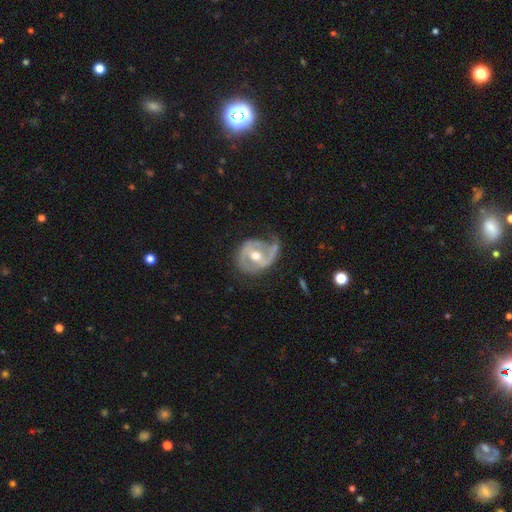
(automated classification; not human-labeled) Smooth or featured? Predicted: featured or disk (p=0.80). Edge-on disk? Predicted: no (p=0.97). Bar? Predicted: weak (p=0.42). Spiral arms? Predicted: yes (p=0.80). Spiral winding? Predicted: medium (p=0.40). Spiral arm count? Predicted: 2 (p=0.54). Bulge size? Predicted: moderate (p=0.77). Merging? Predicted: none (p=0.45).